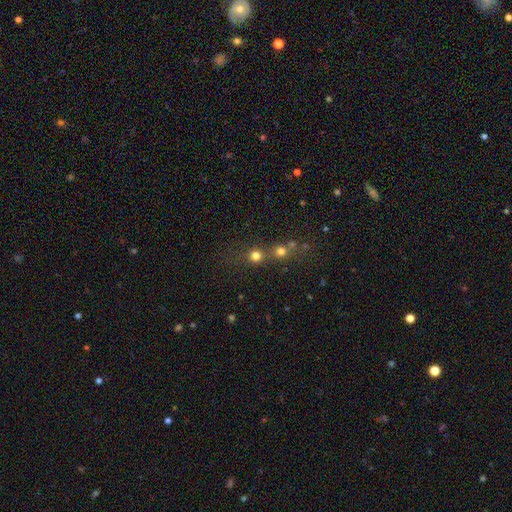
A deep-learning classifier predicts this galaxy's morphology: Q: Smooth or featured?
A: smooth (72%); runner-up: star or artifact (19%)
Q: How rounded?
A: round (90%); runner-up: in between (9%)
Q: Merging?
A: none (53%); runner-up: merger (37%)